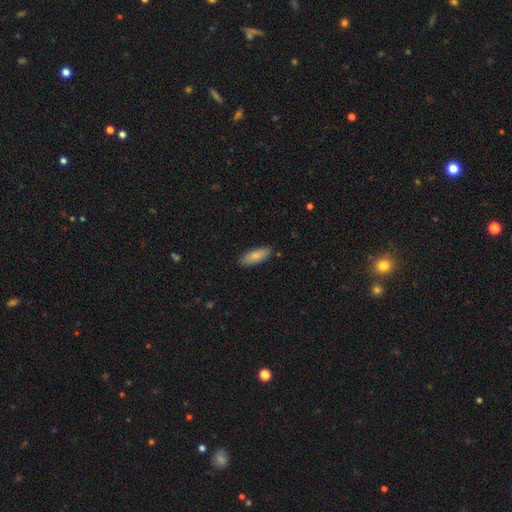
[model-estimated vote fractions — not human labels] A smooth galaxy with no disk features (83%) that is in between round and cigar-shaped (72%).

Vote fractions:
- Smooth or featured? smooth: 83% / featured or disk: 12% / star or artifact: 6%
- How rounded? in between: 72% / cigar-shaped: 26% / round: 2%
- Merging? none: 87% / minor disturbance: 10% / major disturbance: 2% / merger: 1%